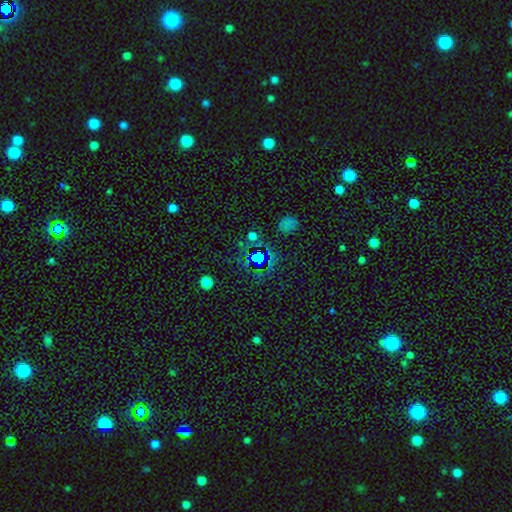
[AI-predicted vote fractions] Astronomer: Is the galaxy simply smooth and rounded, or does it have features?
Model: star or artifact — 64%.